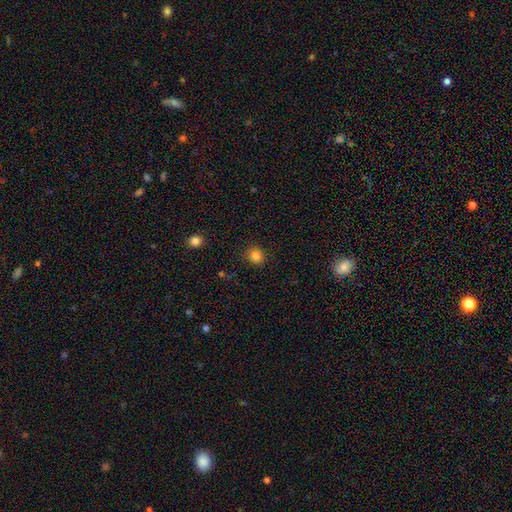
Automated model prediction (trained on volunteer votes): The model was most divided on "smooth or featured": smooth: 84%, star or artifact: 12%, featured or disk: 4%. More confident: merging — none (90%); how rounded — round (86%).